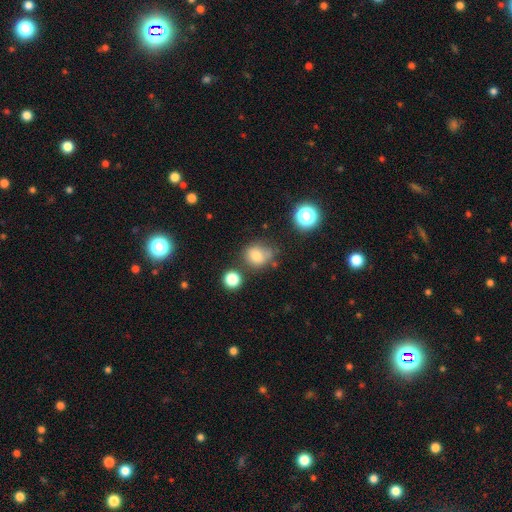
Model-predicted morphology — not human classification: smooth_or_featured: smooth (p=0.76) [alt: star or artifact p=0.14]
how_rounded: round (p=0.74) [alt: in between p=0.25]
merging: none (p=0.58) [alt: minor disturbance p=0.24]